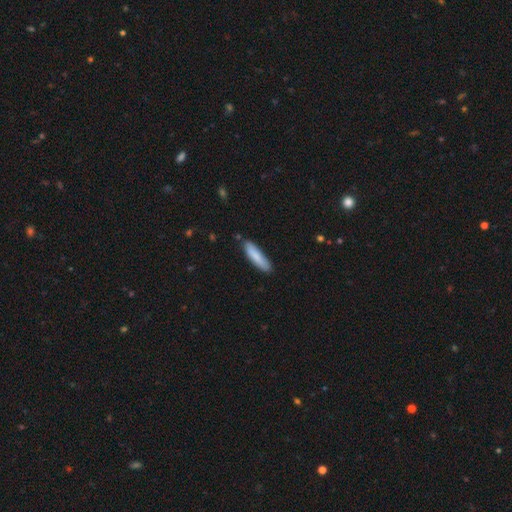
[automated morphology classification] The model was most divided on "how rounded": cigar-shaped: 76%, in between: 23%, round: 1%. More confident: merging — none (84%); smooth or featured — smooth (84%).